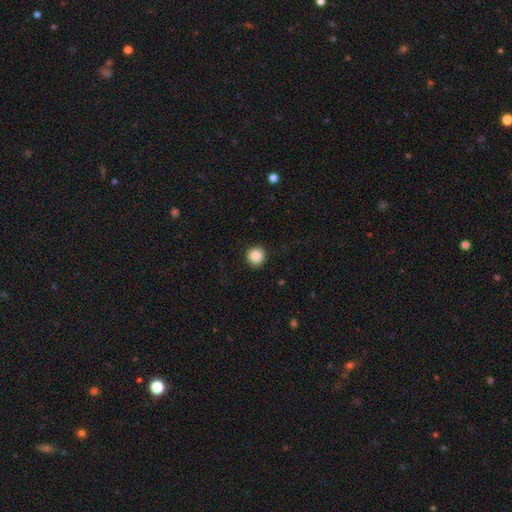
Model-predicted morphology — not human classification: A smooth galaxy with no disk features (88%) that is round (93%).

Vote fractions:
- Smooth or featured? smooth: 88% / star or artifact: 9% / featured or disk: 3%
- How rounded? round: 93% / in between: 6% / cigar-shaped: 1%
- Merging? none: 90% / minor disturbance: 7% / major disturbance: 2% / merger: 1%